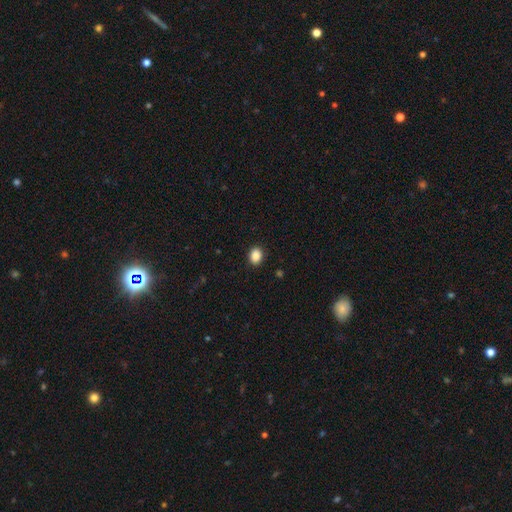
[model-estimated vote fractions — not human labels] smooth-or-featured: smooth: 88% | star or artifact: 9% | featured or disk: 3%
  how-rounded: in between: 52% | round: 47% | cigar-shaped: 1%
  merging: none: 90% | minor disturbance: 7% | major disturbance: 2% | merger: 1%